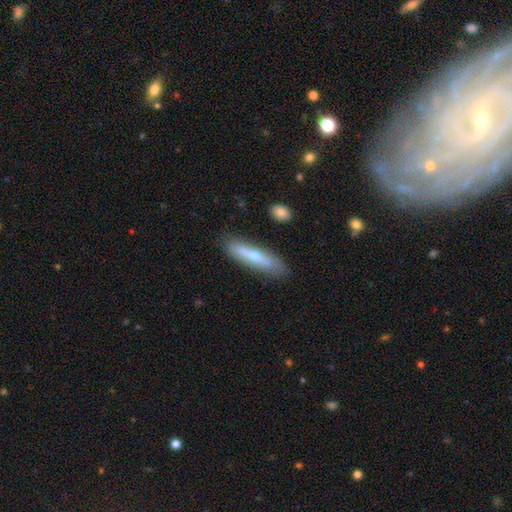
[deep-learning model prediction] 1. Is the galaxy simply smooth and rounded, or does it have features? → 48% featured or disk, 45% smooth, 7% star or artifact.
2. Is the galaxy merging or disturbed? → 83% none, 12% minor disturbance, 3% major disturbance, 2% merger.